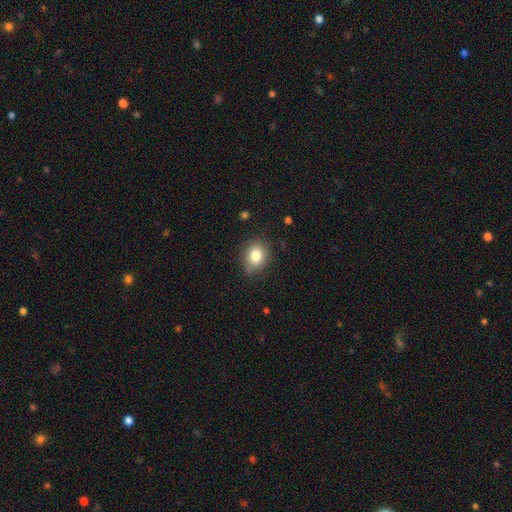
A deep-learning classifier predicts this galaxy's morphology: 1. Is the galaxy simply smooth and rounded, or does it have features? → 82% smooth, 10% star or artifact, 9% featured or disk.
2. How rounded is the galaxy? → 56% round, 43% in between, 1% cigar-shaped.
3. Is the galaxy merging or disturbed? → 81% none, 15% minor disturbance, 3% major disturbance, 1% merger.